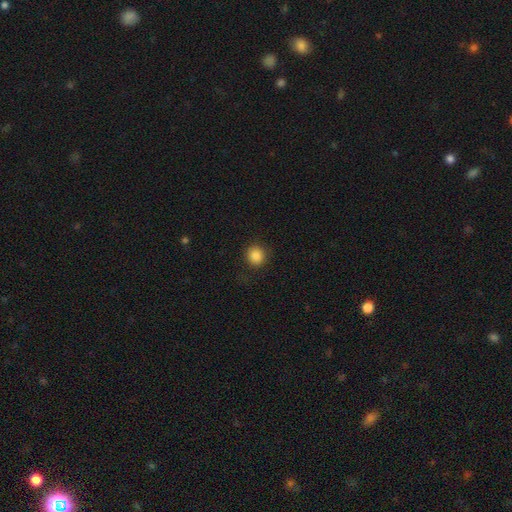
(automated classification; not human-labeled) Q: Smooth or featured?
A: smooth (86%); runner-up: star or artifact (10%)
Q: How rounded?
A: round (89%); runner-up: in between (10%)
Q: Merging?
A: none (88%); runner-up: minor disturbance (8%)